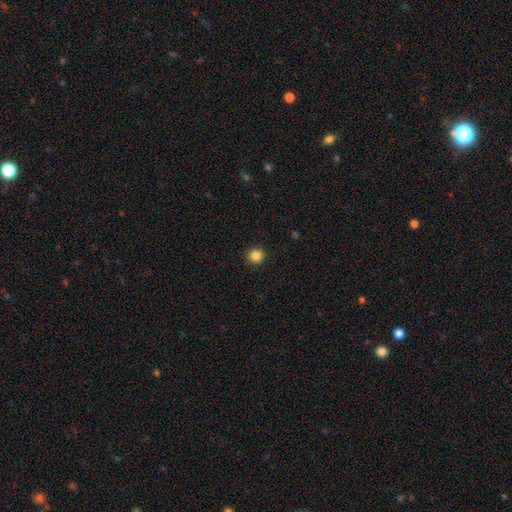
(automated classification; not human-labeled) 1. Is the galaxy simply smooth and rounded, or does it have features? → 86% smooth, 11% star or artifact, 4% featured or disk.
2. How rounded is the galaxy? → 93% round, 6% in between, 1% cigar-shaped.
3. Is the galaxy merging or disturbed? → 93% none, 5% minor disturbance, 2% major disturbance, 1% merger.